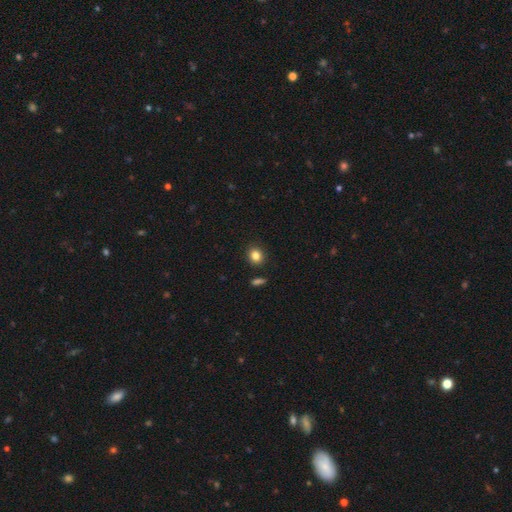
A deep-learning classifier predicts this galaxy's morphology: This appears to be a smooth galaxy with no disk features (83%) that is round (77%). Merging: none (89%).